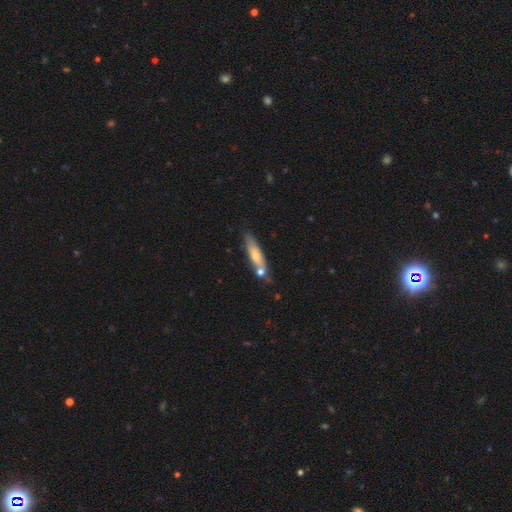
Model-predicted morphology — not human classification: Smooth or featured?
  - smooth: 59% *
  - featured or disk: 34%
  - star or artifact: 6%
How rounded?
  - cigar-shaped: 75% *
  - in between: 23%
  - round: 2%
Merging?
  - none: 61% *
  - merger: 18%
  - minor disturbance: 17%
  - major disturbance: 4%